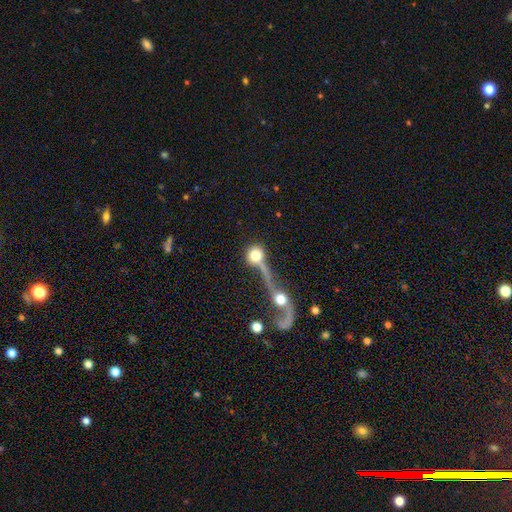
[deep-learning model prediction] A smooth galaxy with no disk features (69%) that is round (87%). Merging: merger (49%).